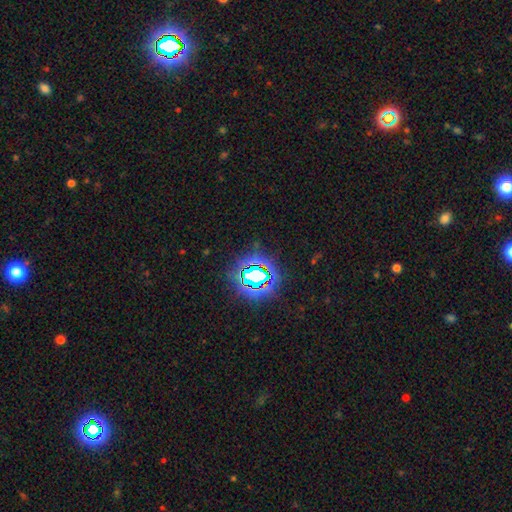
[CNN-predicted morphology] A star or artifact, not a galaxy (78%).